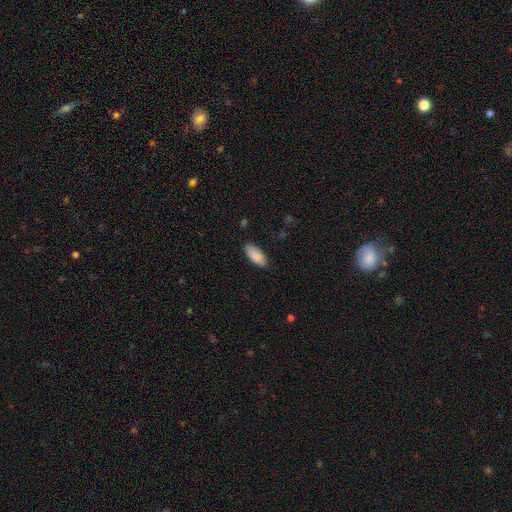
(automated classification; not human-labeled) A smooth galaxy with no disk features (89%) that is in between round and cigar-shaped (87%).

Vote fractions:
- Smooth or featured? smooth: 89% / star or artifact: 6% / featured or disk: 5%
- How rounded? in between: 87% / cigar-shaped: 12% / round: 2%
- Merging? none: 85% / minor disturbance: 12% / major disturbance: 2% / merger: 1%